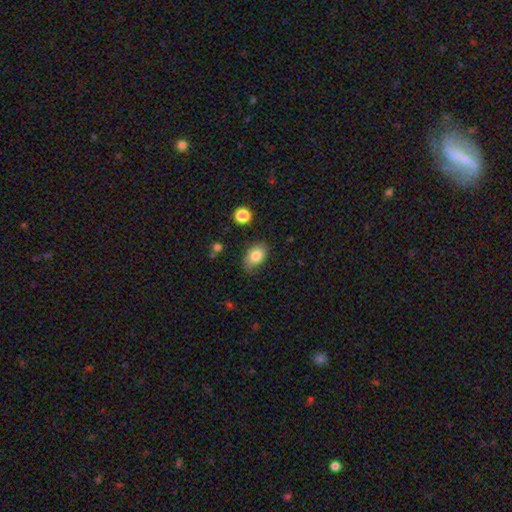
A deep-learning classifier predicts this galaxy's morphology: smooth_or_featured: smooth (p=0.81) [alt: featured or disk p=0.11]
how_rounded: in between (p=0.86) [alt: round p=0.13]
merging: none (p=0.74) [alt: minor disturbance p=0.20]